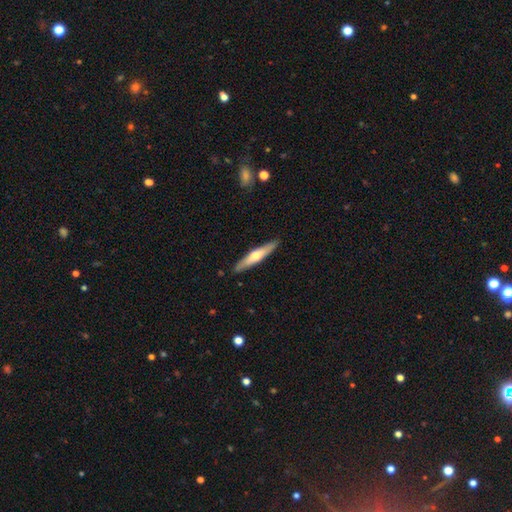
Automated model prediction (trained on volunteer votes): Smooth or featured: featured or disk — 49% (smooth — 46%)
Merging: none — 89% (minor disturbance — 8%)